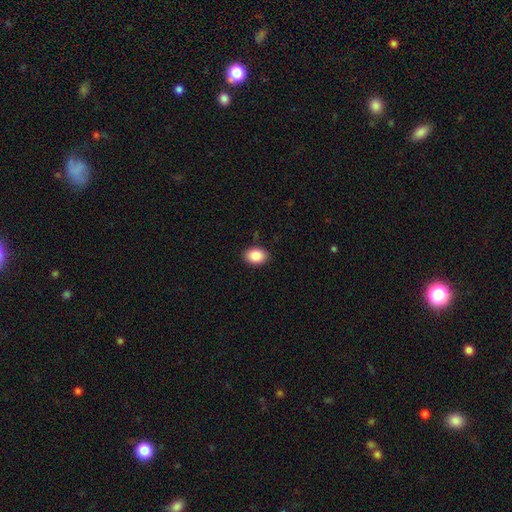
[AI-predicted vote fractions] A smooth galaxy with no disk features (87%) that is in between round and cigar-shaped (75%). Merging: none (89%).